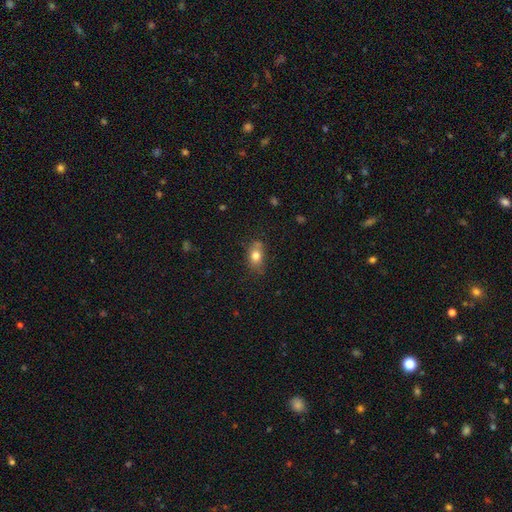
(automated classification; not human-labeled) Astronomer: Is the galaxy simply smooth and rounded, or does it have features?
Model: smooth — 78%.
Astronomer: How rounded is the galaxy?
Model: in between — 74%.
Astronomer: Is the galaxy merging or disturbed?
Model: none — 64%.